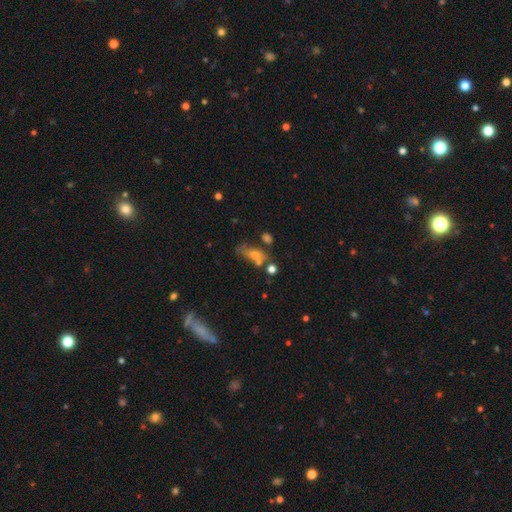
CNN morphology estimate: Smooth or featured?
  - smooth: 56% *
  - featured or disk: 30%
  - star or artifact: 14%
How rounded?
  - in between: 73% *
  - cigar-shaped: 16%
  - round: 12%
Merging?
  - none: 37% *
  - minor disturbance: 24%
  - major disturbance: 20%
  - merger: 19%